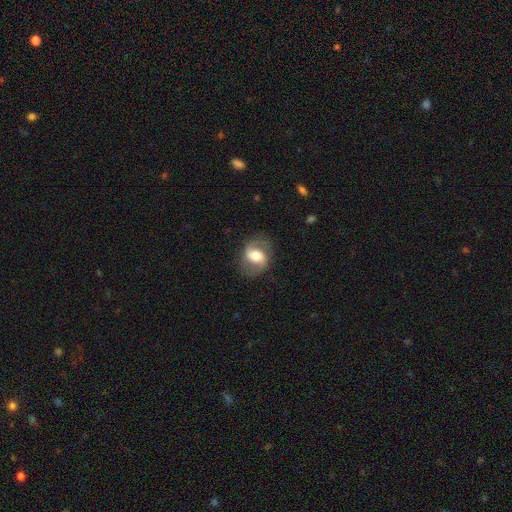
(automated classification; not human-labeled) smooth-or-featured: featured or disk: 64% | smooth: 29% | star or artifact: 7%
  disk-edge-on: no: 96% | yes: 4%
    bar: weak: 42% | no: 34% | strong: 24%
    has-spiral-arms: yes: 84% | no: 16%
      spiral-winding: medium: 47% | loose: 36% | tight: 17%
      spiral-arm-count: 2: 89% | can't tell: 5% | 1: 3% | 3: 1% | 4: 1% | more than 4: 1%
    bulge-size: moderate: 55% | large: 28% | small: 12% | dominant: 4% | none: 2%
  merging: none: 77% | minor disturbance: 14% | major disturbance: 8% | merger: 1%